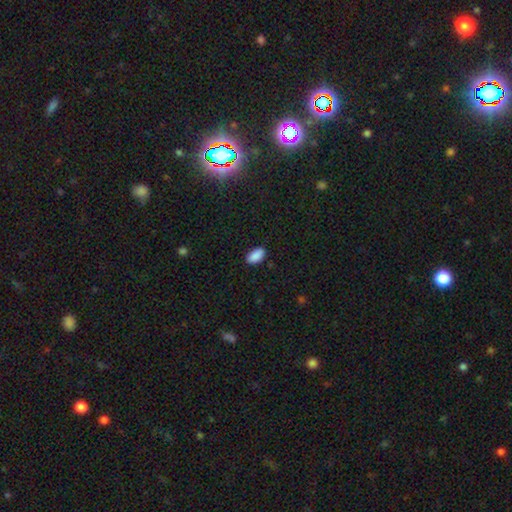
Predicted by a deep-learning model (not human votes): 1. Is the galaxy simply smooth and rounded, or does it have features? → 90% smooth, 7% star or artifact, 3% featured or disk.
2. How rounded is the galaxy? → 94% in between, 3% cigar-shaped, 3% round.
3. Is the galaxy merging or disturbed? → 87% none, 10% minor disturbance, 2% major disturbance, 1% merger.